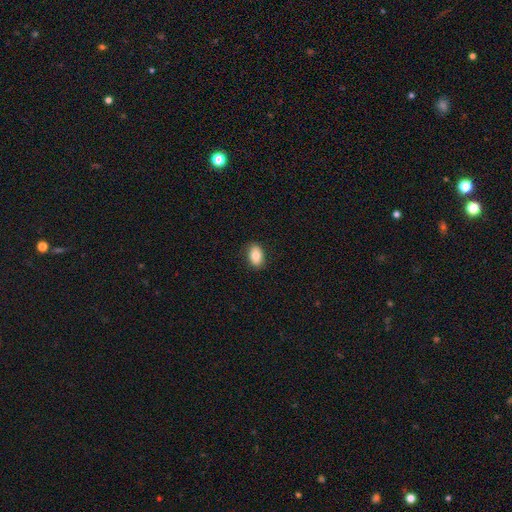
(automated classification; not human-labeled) The model was most divided on "smooth or featured": smooth: 82%, featured or disk: 10%, star or artifact: 8%. More confident: merging — none (87%); how rounded — in between (86%).